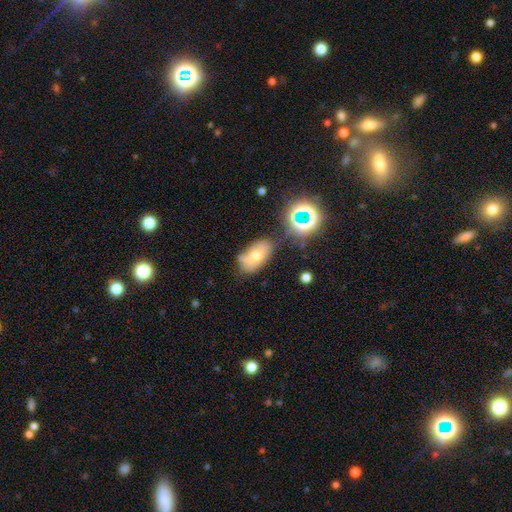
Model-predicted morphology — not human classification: A smooth galaxy with no disk features (56%) that is in between round and cigar-shaped (89%). Merging: none (47%).